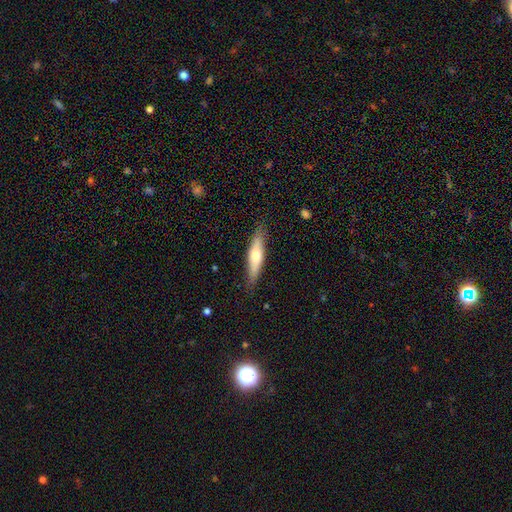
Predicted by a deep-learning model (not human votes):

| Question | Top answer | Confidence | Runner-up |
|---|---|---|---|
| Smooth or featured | smooth | 56% | featured or disk (38%) |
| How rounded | cigar-shaped | 77% | in between (22%) |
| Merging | none | 85% | minor disturbance (12%) |